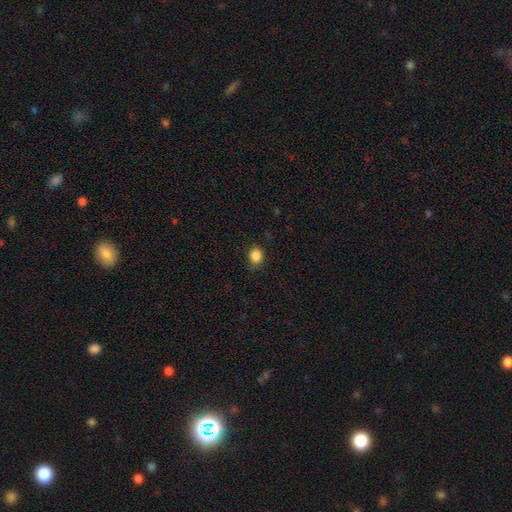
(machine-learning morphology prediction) smooth_or_featured: smooth (p=0.86) [alt: star or artifact p=0.11]
how_rounded: round (p=0.60) [alt: in between p=0.39]
merging: none (p=0.83) [alt: minor disturbance p=0.13]